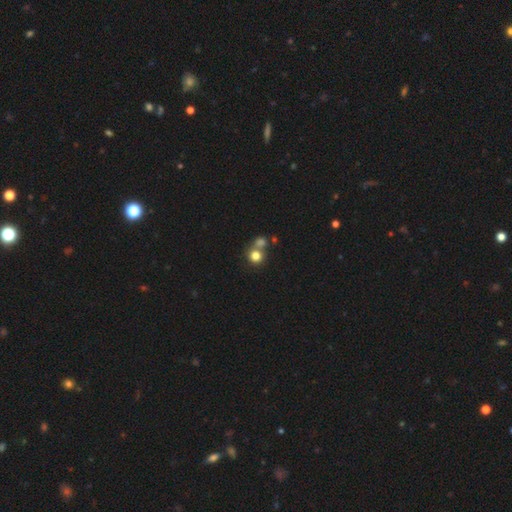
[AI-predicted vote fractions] Smooth or featured?
  - smooth: 78% *
  - star or artifact: 13%
  - featured or disk: 9%
How rounded?
  - round: 88% *
  - in between: 11%
  - cigar-shaped: 1%
Merging?
  - none: 52% *
  - merger: 37%
  - minor disturbance: 7%
  - major disturbance: 4%